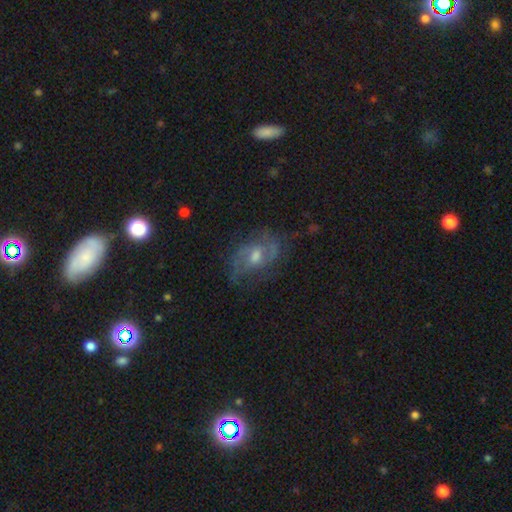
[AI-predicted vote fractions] Overall: featured or disk (74%). Edge-on disk: no (96%). Bar: no (46%; weak 45%). Spiral arms: yes (86%). Spiral arm count: 2 (66%). Spiral winding: medium (48%; loose 27%). Bulge size: moderate (61%; small 27%). Merging: none (65%).